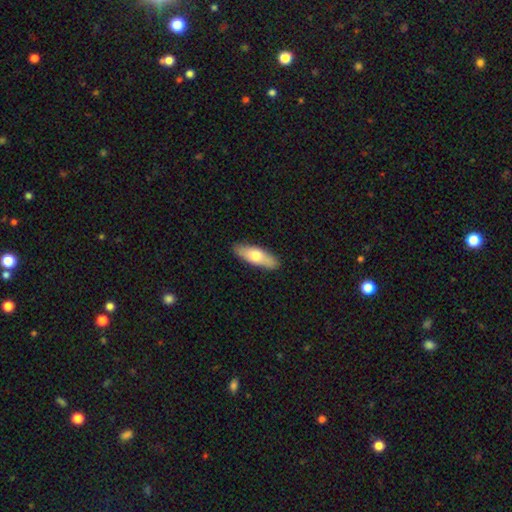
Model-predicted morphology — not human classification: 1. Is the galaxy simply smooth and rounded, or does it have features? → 66% smooth, 28% featured or disk, 5% star or artifact.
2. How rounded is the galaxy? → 55% in between, 43% cigar-shaped, 2% round.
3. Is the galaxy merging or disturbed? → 88% none, 9% minor disturbance, 2% major disturbance, 1% merger.